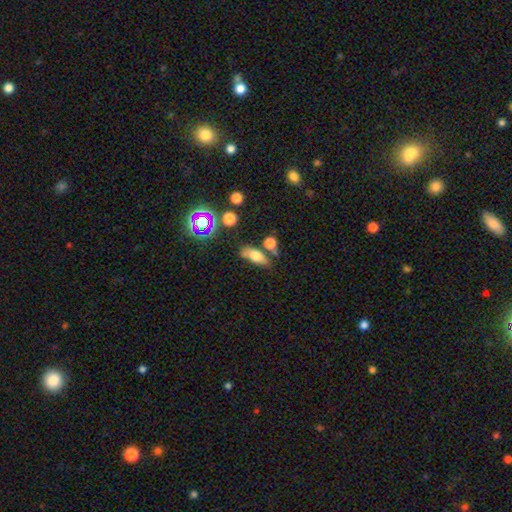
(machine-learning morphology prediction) smooth 67%, featured or disk 20%, star or artifact 13%. Down the decision tree: how rounded — in between (73%); merging — none (58%).